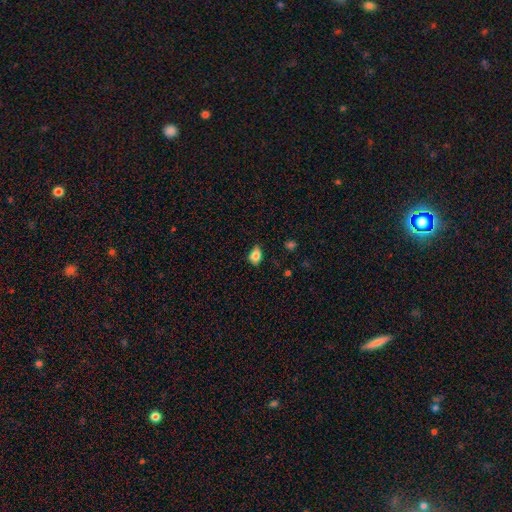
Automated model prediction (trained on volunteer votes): A smooth galaxy with no disk features (82%) that is in between round and cigar-shaped (81%). Merging: none (67%).